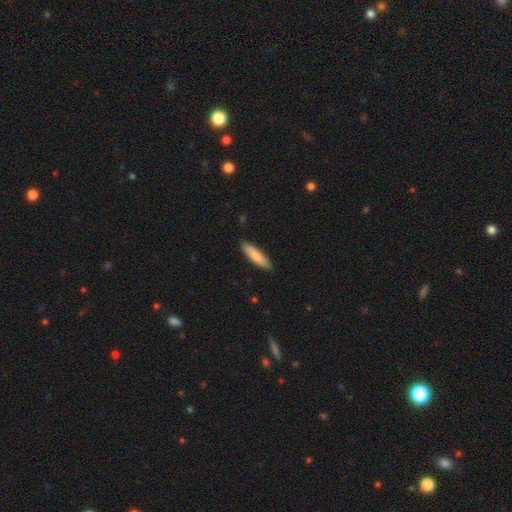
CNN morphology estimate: A smooth galaxy with no disk features (82%) that is cigar-shaped (75%). Merging: none (89%).